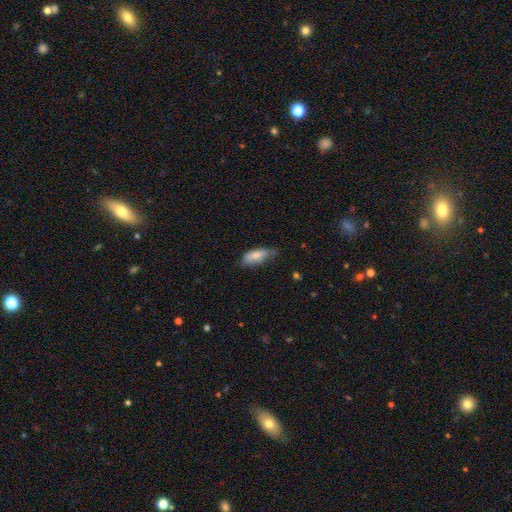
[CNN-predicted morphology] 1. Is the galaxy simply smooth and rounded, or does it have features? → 78% smooth, 15% featured or disk, 7% star or artifact.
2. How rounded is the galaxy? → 72% in between, 26% cigar-shaped, 2% round.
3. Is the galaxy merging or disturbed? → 53% none, 37% minor disturbance, 8% major disturbance, 2% merger.